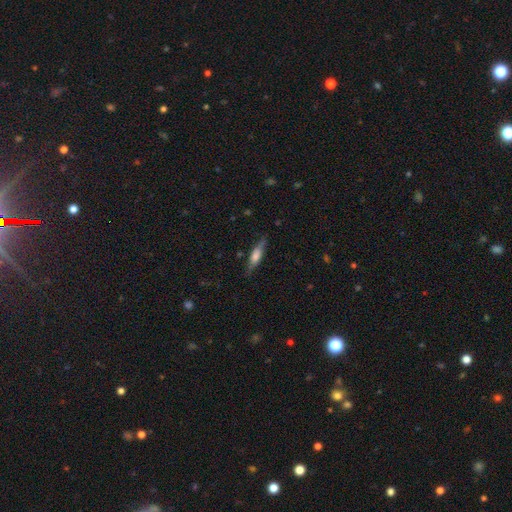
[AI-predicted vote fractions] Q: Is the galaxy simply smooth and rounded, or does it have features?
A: smooth — 52%.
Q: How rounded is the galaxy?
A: cigar-shaped — 64%.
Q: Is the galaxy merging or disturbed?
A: none — 77%.